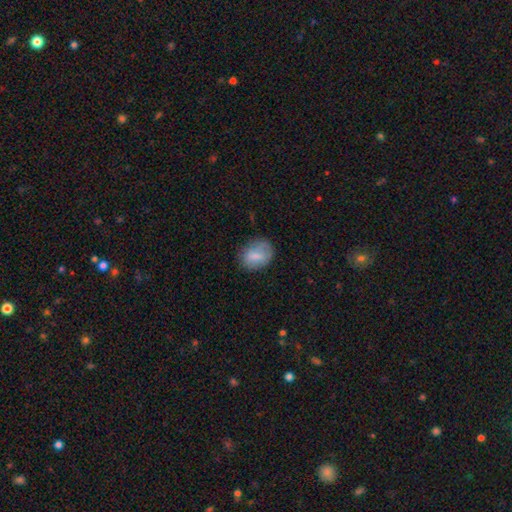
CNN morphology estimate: This is likely a smooth galaxy (77%). How rounded: likely in between (60%). Merging: likely none (73%).